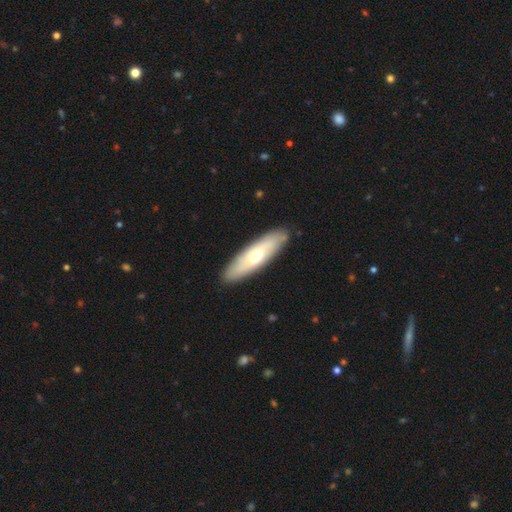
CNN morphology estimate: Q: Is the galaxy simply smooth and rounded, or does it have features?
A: smooth — 52%.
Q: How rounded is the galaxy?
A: cigar-shaped — 59%.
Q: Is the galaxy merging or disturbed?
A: none — 88%.